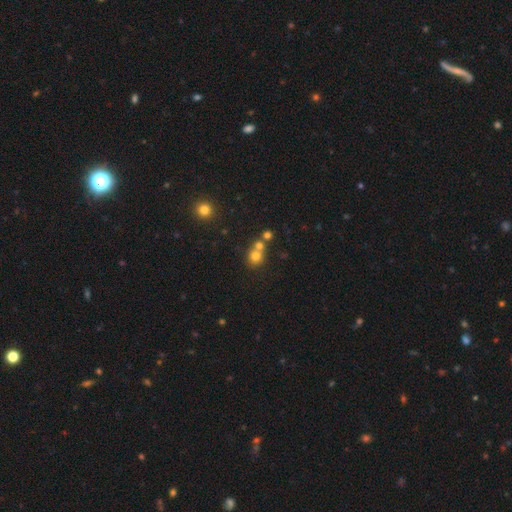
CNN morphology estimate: This is likely a smooth galaxy (72%). How rounded: clearly round (85%). Merging: possibly none (46%).